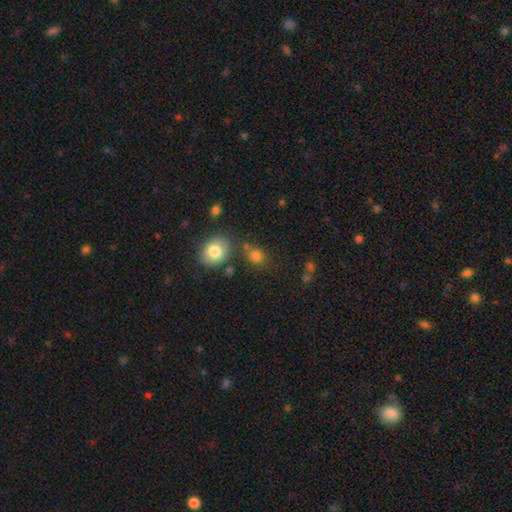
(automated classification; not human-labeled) The model was most divided on "how rounded": round: 59%, in between: 40%, cigar-shaped: 1%. More confident: smooth or featured — smooth (80%); merging — none (71%).